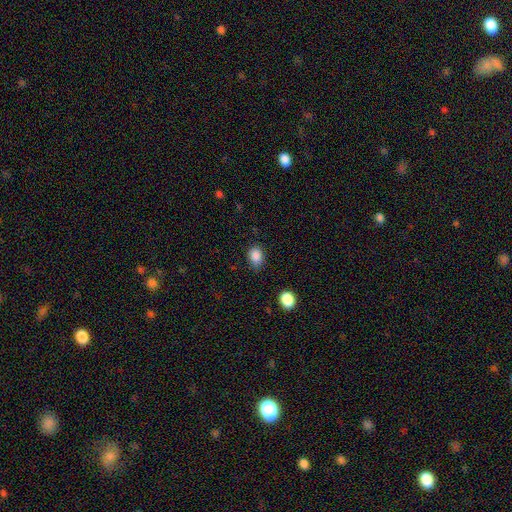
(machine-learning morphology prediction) Q: Smooth or featured?
A: smooth (86%); runner-up: star or artifact (10%)
Q: How rounded?
A: in between (64%); runner-up: round (35%)
Q: Merging?
A: none (75%); runner-up: minor disturbance (19%)